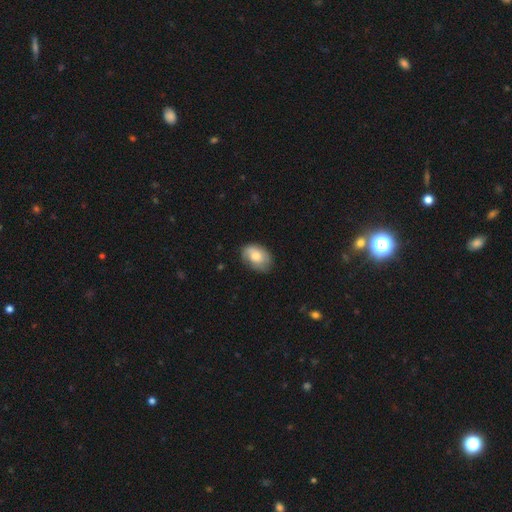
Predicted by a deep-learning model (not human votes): Smooth or featured? Predicted: smooth (p=0.64). How rounded? Predicted: in between (p=0.81). Merging? Predicted: none (p=0.71).